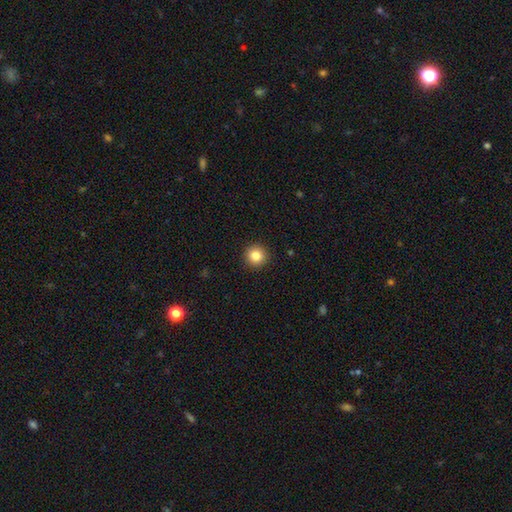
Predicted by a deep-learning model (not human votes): Overall: smooth (84%). How rounded: round (95%). Merging: none (93%).